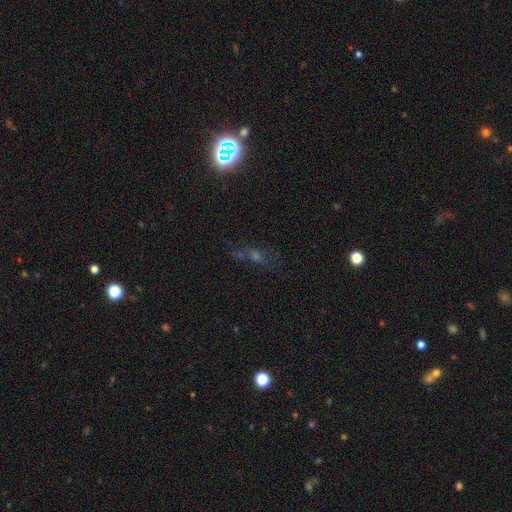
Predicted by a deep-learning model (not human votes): This is possibly a star or artifact rather than a galaxy (46%).